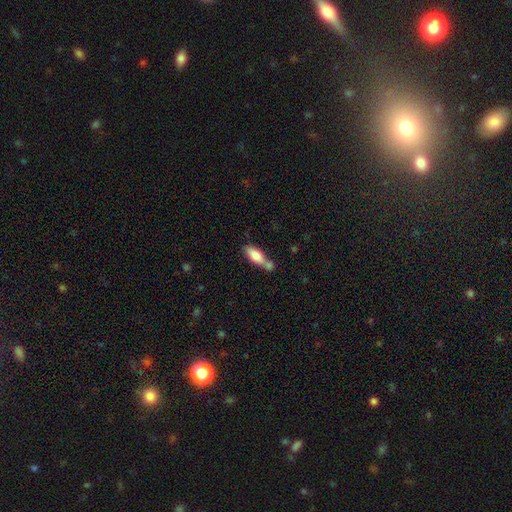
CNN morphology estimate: smooth-or-featured: smooth: 76% | featured or disk: 17% | star or artifact: 6%
  how-rounded: in between: 70% | cigar-shaped: 27% | round: 3%
  merging: none: 41% | merger: 37% | minor disturbance: 17% | major disturbance: 5%